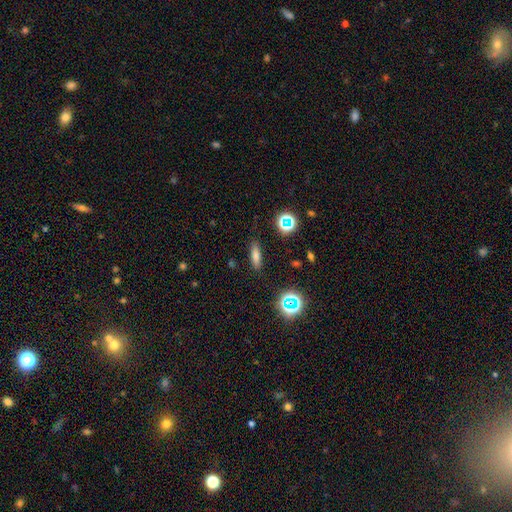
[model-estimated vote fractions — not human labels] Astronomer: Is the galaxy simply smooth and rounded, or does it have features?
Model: smooth — 72%.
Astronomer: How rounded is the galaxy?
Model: cigar-shaped — 53% (runner-up: in between, 42%).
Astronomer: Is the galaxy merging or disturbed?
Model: none — 87%.